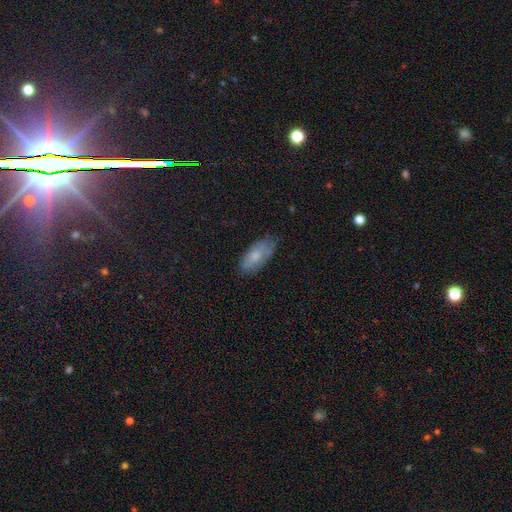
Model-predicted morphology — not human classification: smooth_or_featured: smooth (p=0.68) [alt: featured or disk p=0.23]
how_rounded: in between (p=0.89) [alt: cigar-shaped p=0.08]
merging: none (p=0.73) [alt: minor disturbance p=0.22]